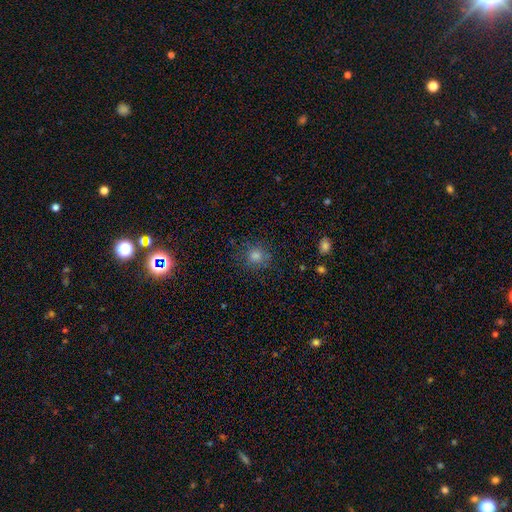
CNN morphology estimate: Smooth or featured: smooth — 67% (star or artifact — 25%)
How rounded: round — 89% (in between — 10%)
Merging: none — 84% (minor disturbance — 11%)